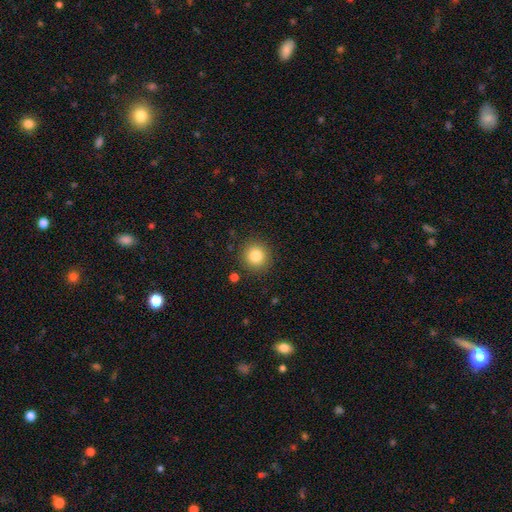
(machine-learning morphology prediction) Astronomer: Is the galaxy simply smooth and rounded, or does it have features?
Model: smooth — 84%.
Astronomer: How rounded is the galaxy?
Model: round — 92%.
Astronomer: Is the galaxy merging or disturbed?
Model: none — 88%.